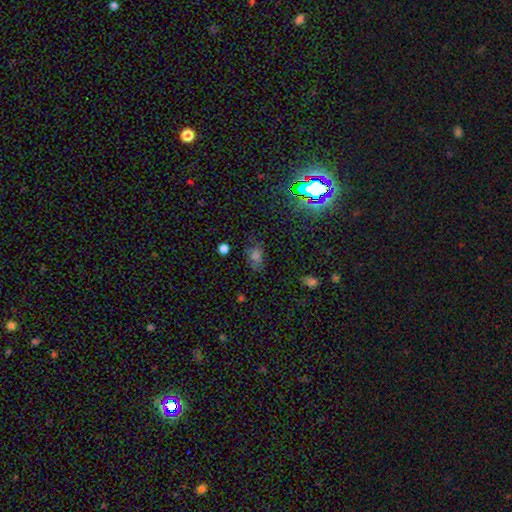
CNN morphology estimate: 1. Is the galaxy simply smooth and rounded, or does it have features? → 54% smooth, 35% star or artifact, 11% featured or disk.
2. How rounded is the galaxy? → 75% in between, 22% round, 3% cigar-shaped.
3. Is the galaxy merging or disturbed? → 70% none, 20% minor disturbance, 8% major disturbance, 3% merger.